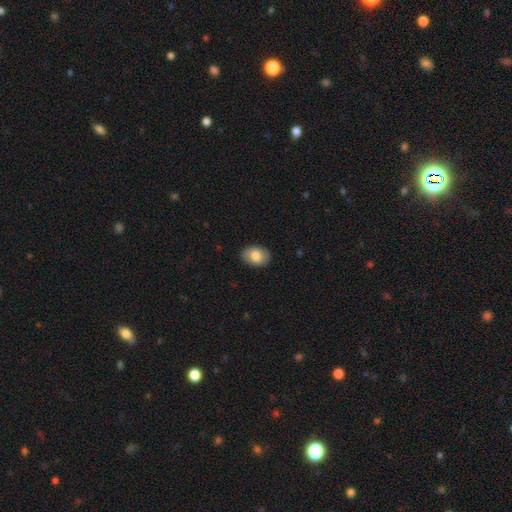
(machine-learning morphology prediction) Overall: smooth (79%). How rounded: in between (81%). Merging: none (87%).